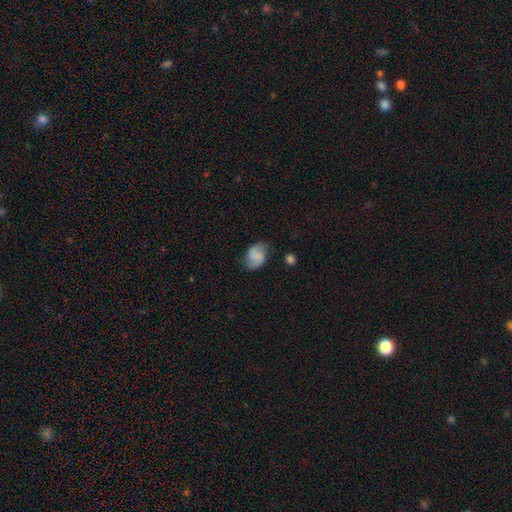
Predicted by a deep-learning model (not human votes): Morphology: type=smooth (54%); roundness=in between (77%); merging=none (69%).